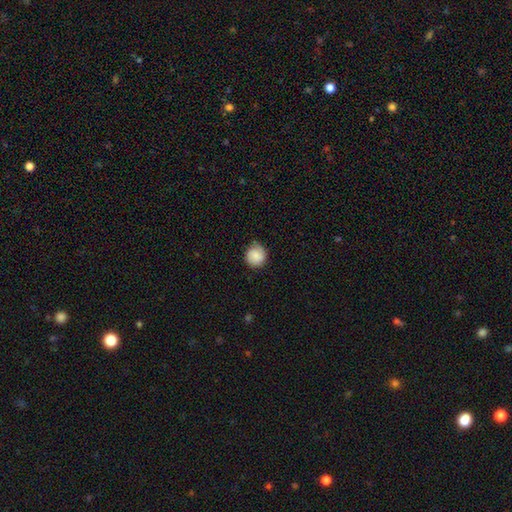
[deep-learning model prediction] Smooth or featured? smooth (78%)
How rounded? round (90%)
Merging? none (74%)